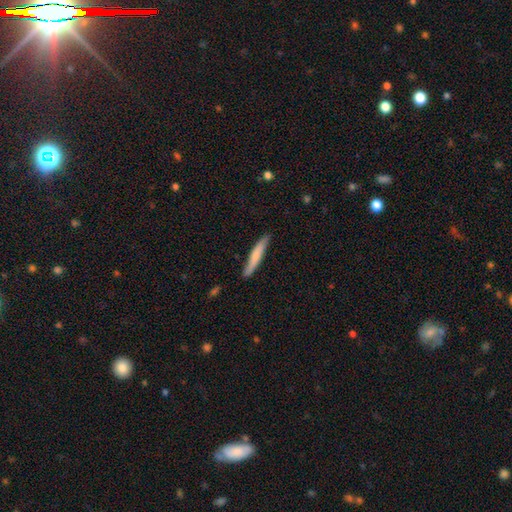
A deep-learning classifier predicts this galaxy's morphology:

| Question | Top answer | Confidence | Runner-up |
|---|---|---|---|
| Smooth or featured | smooth | 65% | featured or disk (30%) |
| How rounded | cigar-shaped | 94% | in between (5%) |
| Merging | none | 83% | minor disturbance (14%) |